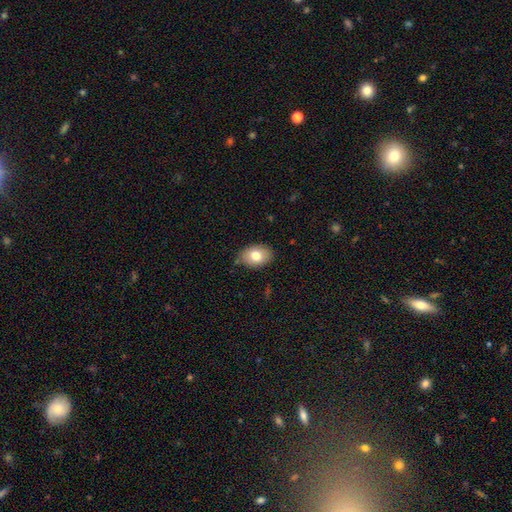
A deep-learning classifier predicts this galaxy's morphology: type=smooth (77%); roundness=in between (77%); merging=none (82%).